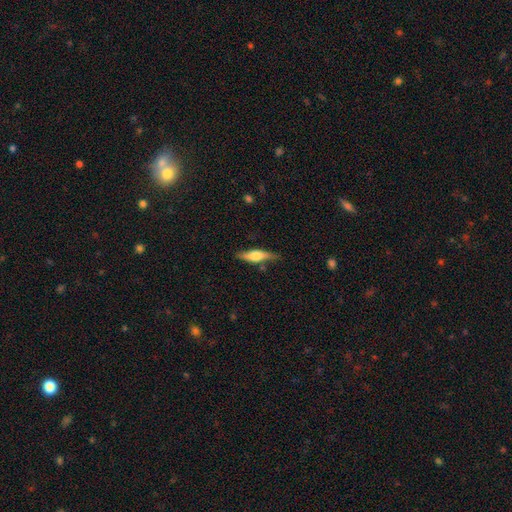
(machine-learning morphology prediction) smooth_or_featured: smooth (p=0.50) [alt: featured or disk p=0.43]
how_rounded: cigar-shaped (p=0.63) [alt: in between p=0.35]
merging: none (p=0.77) [alt: minor disturbance p=0.16]